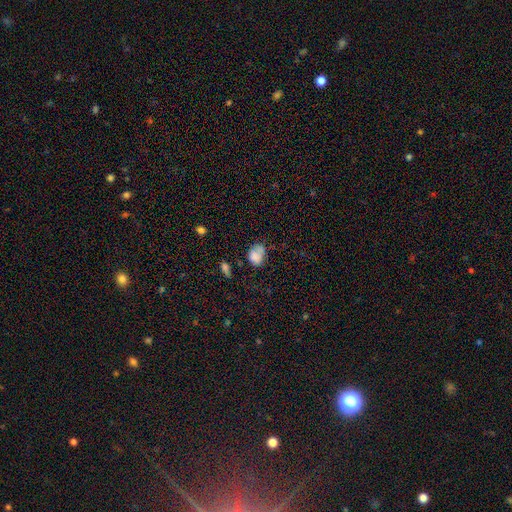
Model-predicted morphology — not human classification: The model was most divided on "merging": none: 45%, minor disturbance: 33%, major disturbance: 13%, merger: 9%. More confident: smooth or featured — smooth (78%); how rounded — in between (66%).